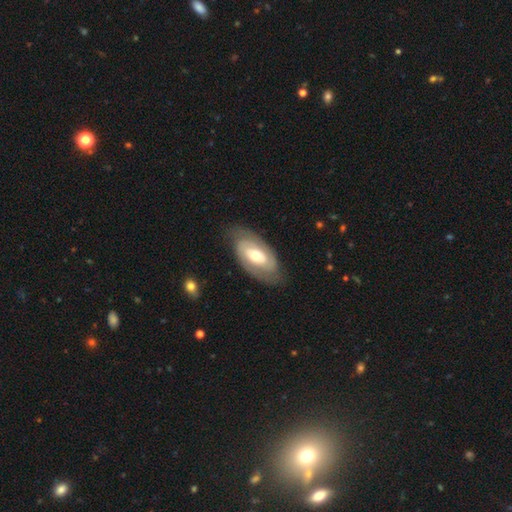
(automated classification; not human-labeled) Q: Smooth or featured?
A: featured or disk (67%); runner-up: smooth (28%)
Q: Edge-on disk?
A: no (92%); runner-up: yes (8%)
Q: Bar?
A: no (60%); runner-up: weak (27%)
Q: Spiral arms?
A: yes (72%); runner-up: no (28%)
Q: Bulge size?
A: moderate (70%); runner-up: small (20%)
Q: Merging?
A: none (76%); runner-up: minor disturbance (16%)